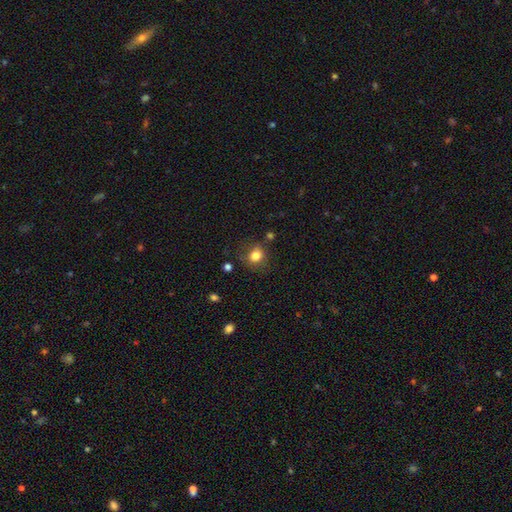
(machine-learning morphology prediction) smooth 81%, star or artifact 11%, featured or disk 8%. Down the decision tree: how rounded — round (70%); merging — none (73%).